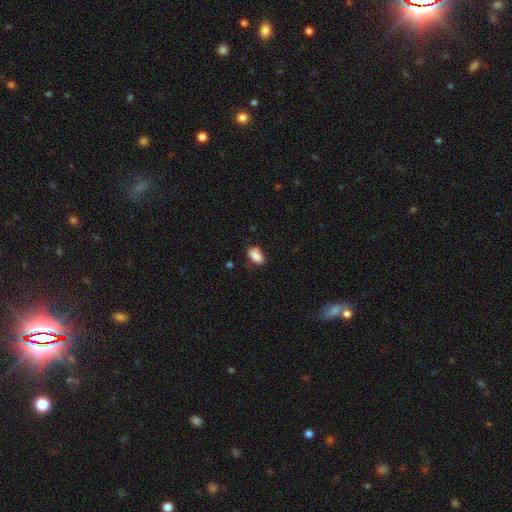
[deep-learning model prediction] A smooth galaxy with no disk features (88%) that is in between round and cigar-shaped (92%).

Vote fractions:
- Smooth or featured? smooth: 88% / star or artifact: 8% / featured or disk: 4%
- How rounded? in between: 92% / round: 6% / cigar-shaped: 3%
- Merging? none: 72% / minor disturbance: 22% / major disturbance: 4% / merger: 2%